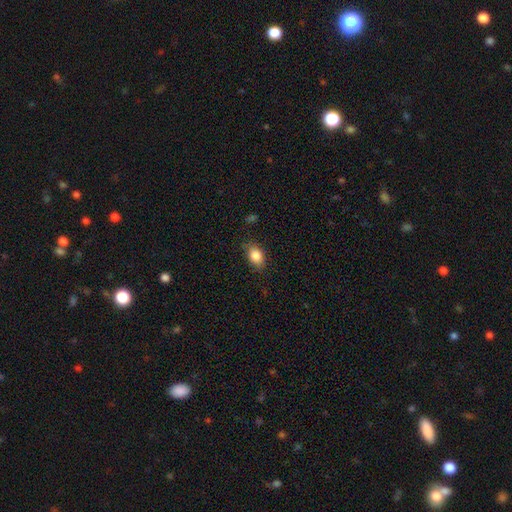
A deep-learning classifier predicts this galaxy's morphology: smooth-or-featured: smooth: 86% | star or artifact: 8% | featured or disk: 6%
  how-rounded: in between: 80% | round: 19% | cigar-shaped: 2%
  merging: none: 78% | minor disturbance: 17% | major disturbance: 4% | merger: 1%